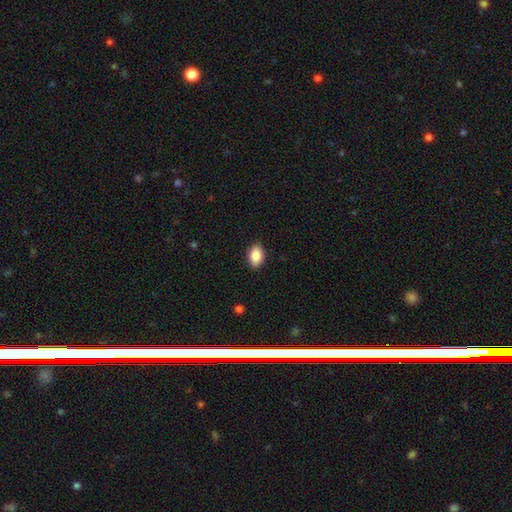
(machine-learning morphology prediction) smooth 87%, star or artifact 7%, featured or disk 5%. Down the decision tree: how rounded — in between (88%); merging — none (89%).